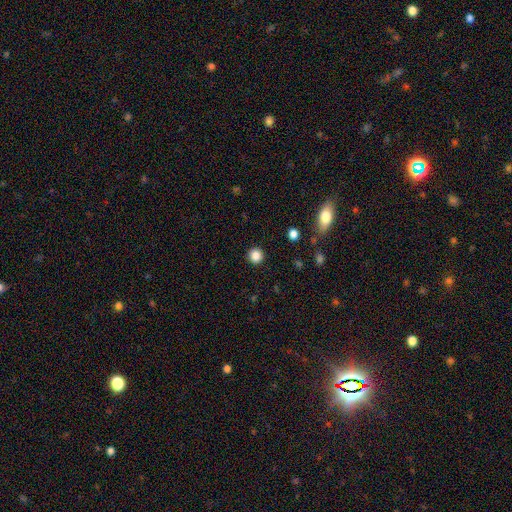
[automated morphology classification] type=smooth (86%); roundness=round (95%); merging=none (92%).